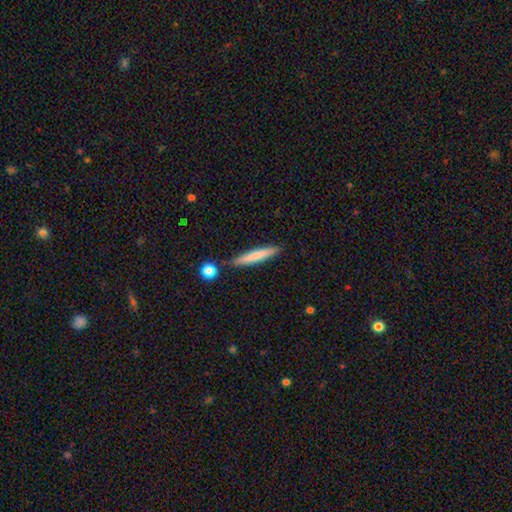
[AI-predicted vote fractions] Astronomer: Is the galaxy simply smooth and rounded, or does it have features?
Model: smooth — 74%.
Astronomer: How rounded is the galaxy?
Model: cigar-shaped — 92%.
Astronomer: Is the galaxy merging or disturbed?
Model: none — 80%.